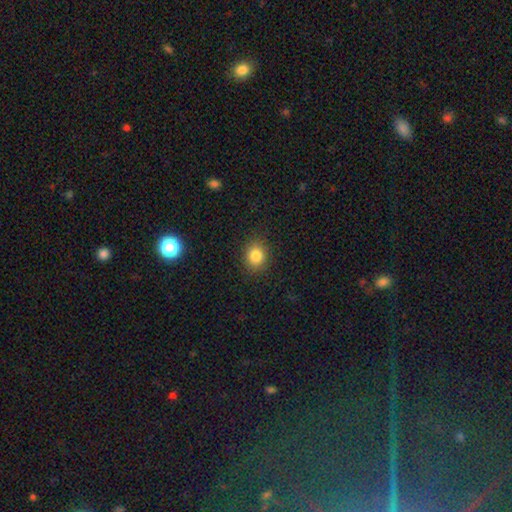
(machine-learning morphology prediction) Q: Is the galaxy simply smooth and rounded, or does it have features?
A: smooth — 84%.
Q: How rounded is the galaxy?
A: round — 68%.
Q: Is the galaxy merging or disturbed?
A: none — 88%.